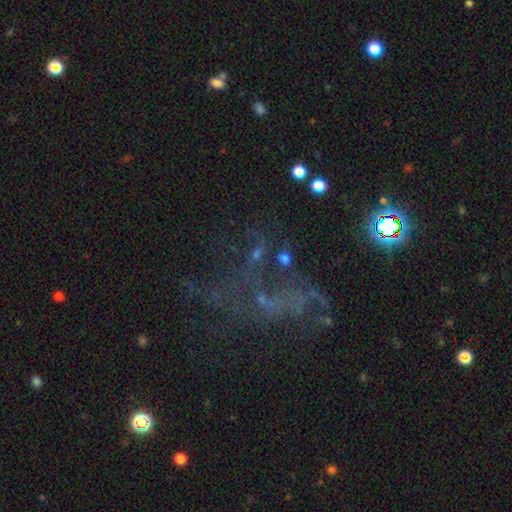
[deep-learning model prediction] The model was most divided on "smooth or featured": star or artifact: 43%, featured or disk: 41%, smooth: 16%.